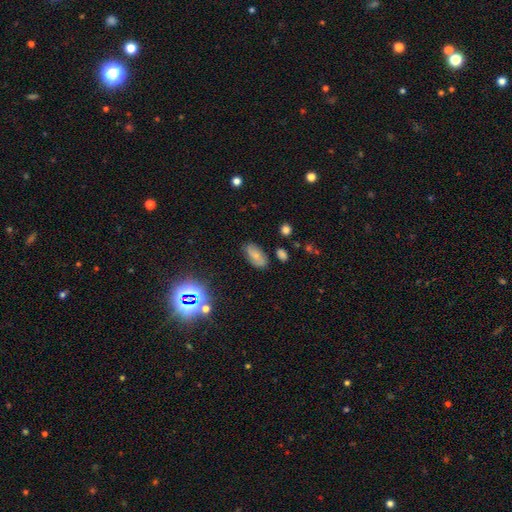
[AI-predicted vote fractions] smooth-or-featured: smooth: 58% | featured or disk: 29% | star or artifact: 13%
  how-rounded: in between: 91% | round: 5% | cigar-shaped: 4%
  merging: none: 74% | minor disturbance: 18% | major disturbance: 5% | merger: 3%